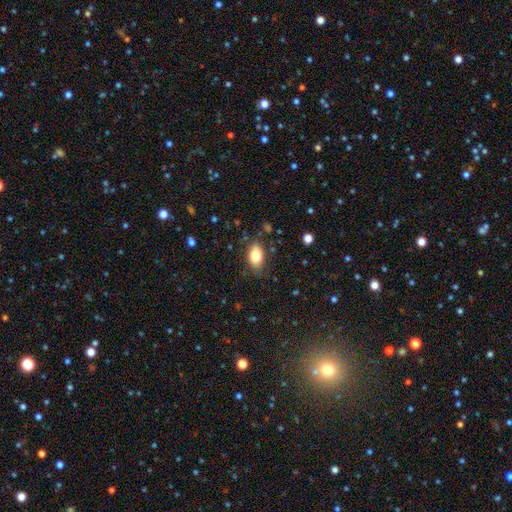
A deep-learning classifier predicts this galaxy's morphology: Smooth or featured: smooth — 82% (featured or disk — 10%)
How rounded: in between — 89% (round — 8%)
Merging: none — 80% (minor disturbance — 15%)